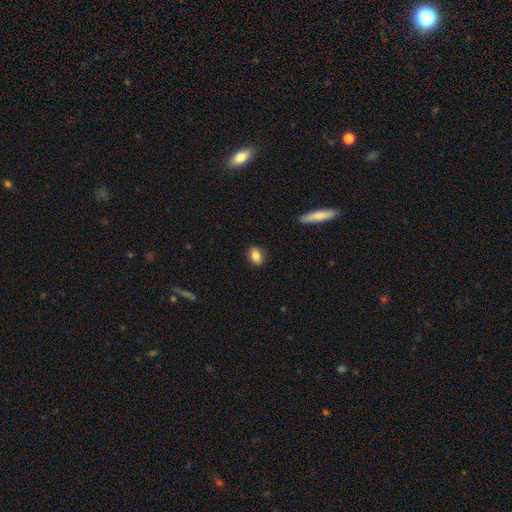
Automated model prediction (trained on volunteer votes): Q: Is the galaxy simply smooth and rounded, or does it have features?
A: smooth — 84%.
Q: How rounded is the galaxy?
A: in between — 73%.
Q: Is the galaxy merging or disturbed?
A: none — 87%.